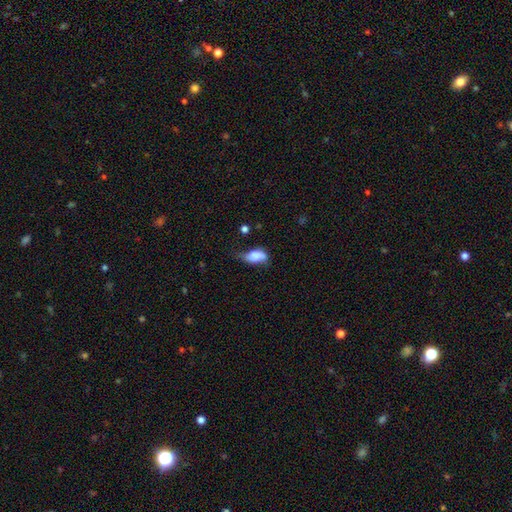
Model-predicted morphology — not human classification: The model was most divided on "merging": minor disturbance: 39%, none: 32%, major disturbance: 23%, merger: 6%. More confident: how rounded — in between (87%); smooth or featured — smooth (67%).